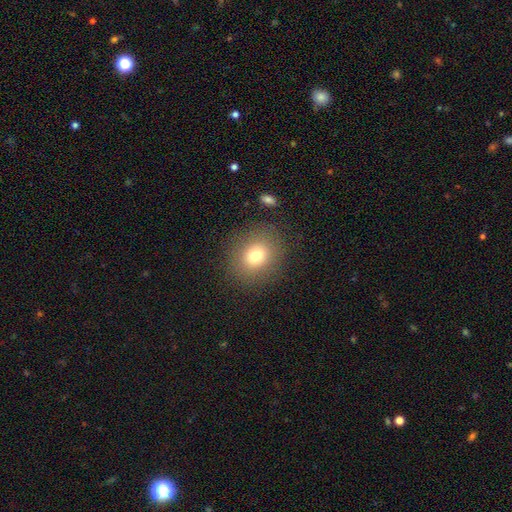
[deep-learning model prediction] smooth_or_featured: smooth (p=0.76) [alt: star or artifact p=0.13]
how_rounded: round (p=0.75) [alt: in between p=0.24]
merging: none (p=0.86) [alt: minor disturbance p=0.08]